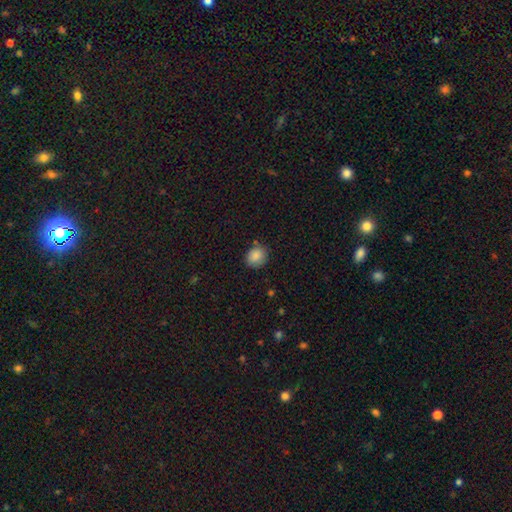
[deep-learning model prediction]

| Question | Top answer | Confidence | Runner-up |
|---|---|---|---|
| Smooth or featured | smooth | 87% | star or artifact (9%) |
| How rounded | round | 65% | in between (34%) |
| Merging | none | 78% | minor disturbance (16%) |